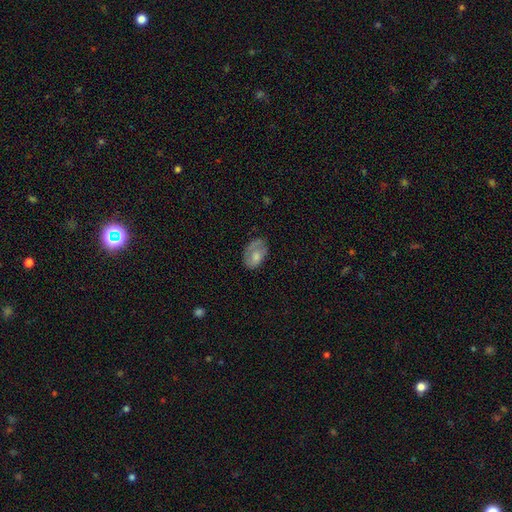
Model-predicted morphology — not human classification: Smooth or featured?
  - smooth: 64% *
  - featured or disk: 29%
  - star or artifact: 7%
How rounded?
  - in between: 86% *
  - round: 12%
  - cigar-shaped: 1%
Merging?
  - none: 49% *
  - minor disturbance: 31%
  - major disturbance: 18%
  - merger: 2%